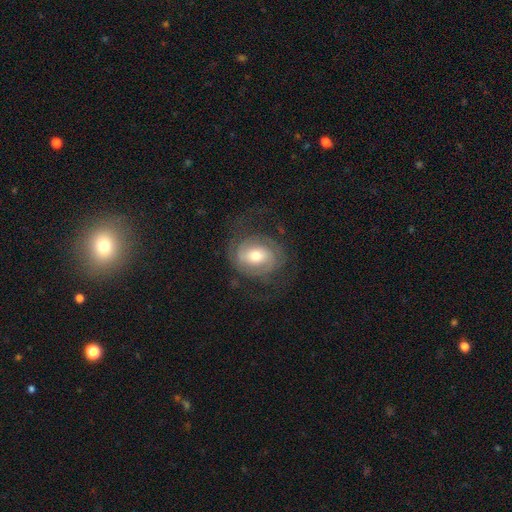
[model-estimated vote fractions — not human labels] A featured or disk galaxy (76%) with no bar (46%), 2 (65%) tight (44%) spiral arms (89%) and a moderate central bulge (64%).

Vote fractions:
- Smooth or featured? featured or disk: 76% / smooth: 18% / star or artifact: 6%
- Edge-on disk? no: 97% / yes: 3%
- Bar? no: 46% / weak: 38% / strong: 16%
- Spiral arms? yes: 89% / no: 11%
- Spiral winding? tight: 44% / medium: 38% / loose: 18%
- Spiral arm count? 2: 65% / can't tell: 18% / 3: 7% / 1: 5% / 4: 3% / more than 4: 2%
- Bulge size? moderate: 64% / small: 27% / large: 7% / dominant: 1% / none: 1%
- Merging? none: 66% / major disturbance: 17% / minor disturbance: 16% / merger: 1%